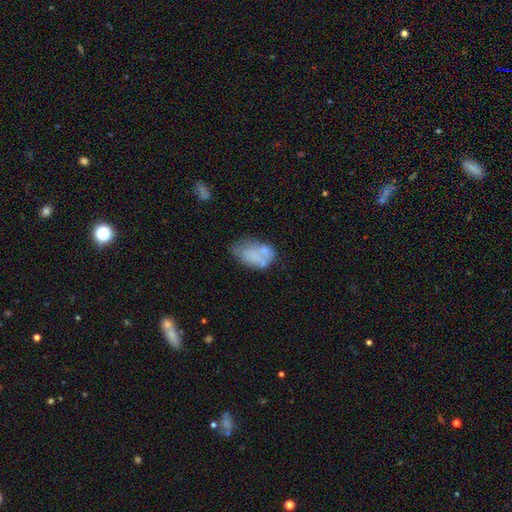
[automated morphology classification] A smooth galaxy with no disk features (57%) that is in between round and cigar-shaped (90%). Merging: none (35%).